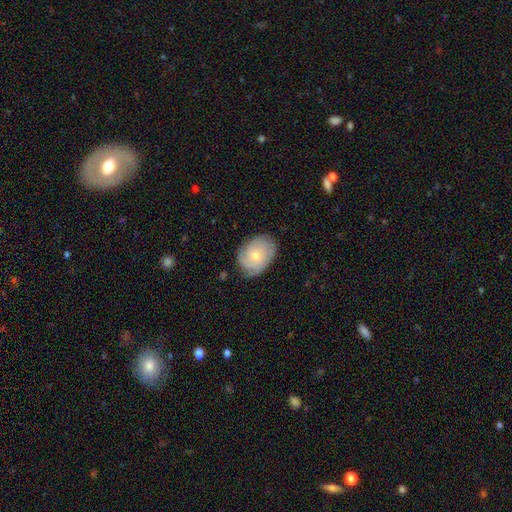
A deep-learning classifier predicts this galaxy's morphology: A featured or disk galaxy (59%) with no bar (79%), spiral arms (88%) and a small central bulge (54%). Merging: none (73%).